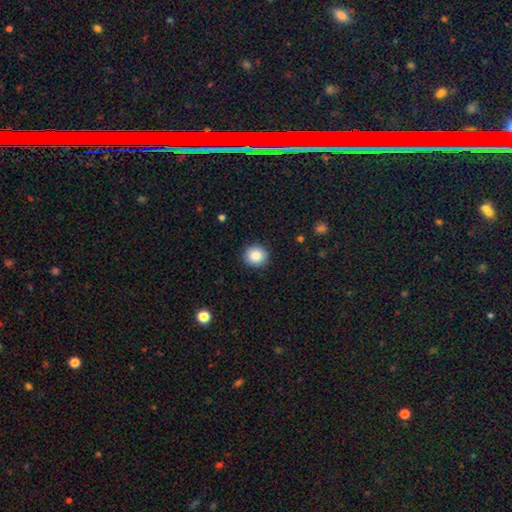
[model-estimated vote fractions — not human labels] This is clearly a smooth galaxy (86%). How rounded: clearly round (92%). Merging: clearly none (91%).